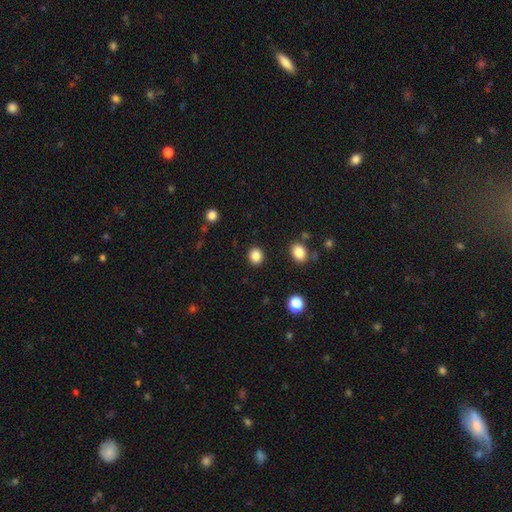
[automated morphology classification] smooth-or-featured: smooth: 85% | star or artifact: 11% | featured or disk: 4%
  how-rounded: round: 72% | in between: 28% | cigar-shaped: 1%
  merging: none: 91% | minor disturbance: 6% | major disturbance: 2% | merger: 2%